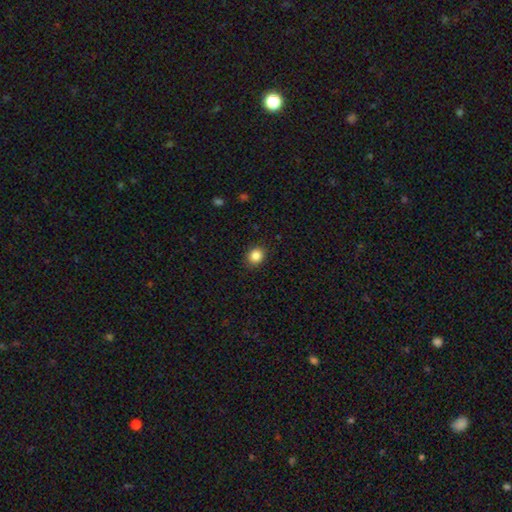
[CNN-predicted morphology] Smooth or featured: smooth — 86% (star or artifact — 10%)
How rounded: round — 74% (in between — 25%)
Merging: none — 89% (minor disturbance — 8%)